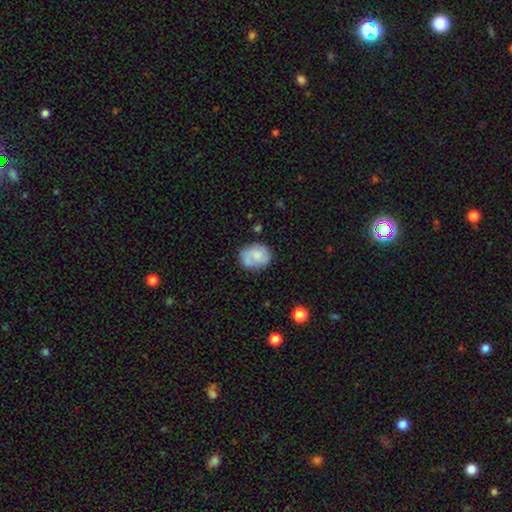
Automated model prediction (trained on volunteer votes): This is likely a smooth galaxy (64%). How rounded: possibly round (53%). Merging: possibly none (59%).